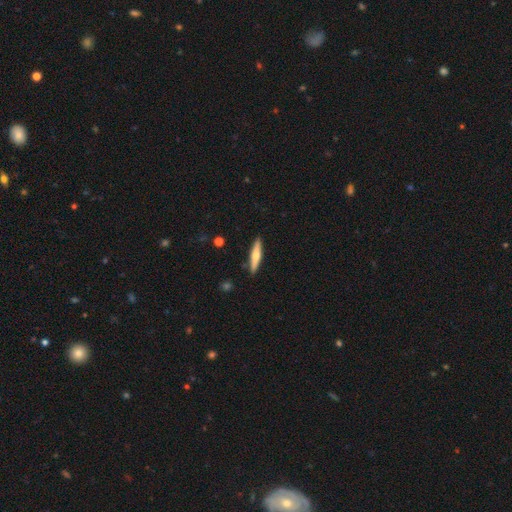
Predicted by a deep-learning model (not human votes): Smooth or featured?
  - smooth: 53% *
  - featured or disk: 41%
  - star or artifact: 5%
How rounded?
  - cigar-shaped: 87% *
  - in between: 11%
  - round: 2%
Merging?
  - none: 89% *
  - minor disturbance: 8%
  - major disturbance: 2%
  - merger: 2%